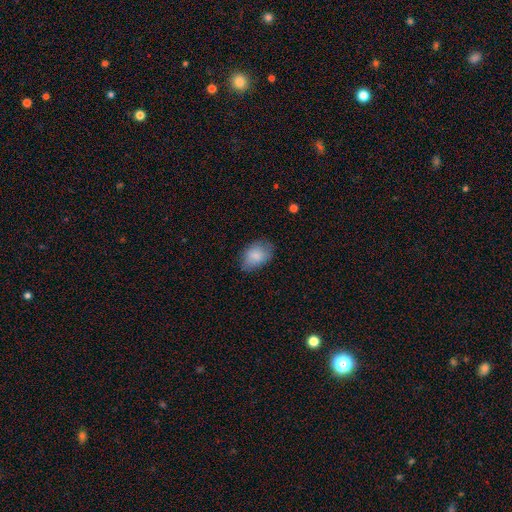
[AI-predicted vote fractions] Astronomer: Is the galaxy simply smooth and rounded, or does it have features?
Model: smooth — 85%.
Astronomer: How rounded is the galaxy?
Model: in between — 83%.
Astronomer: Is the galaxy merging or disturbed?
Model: none — 72%.